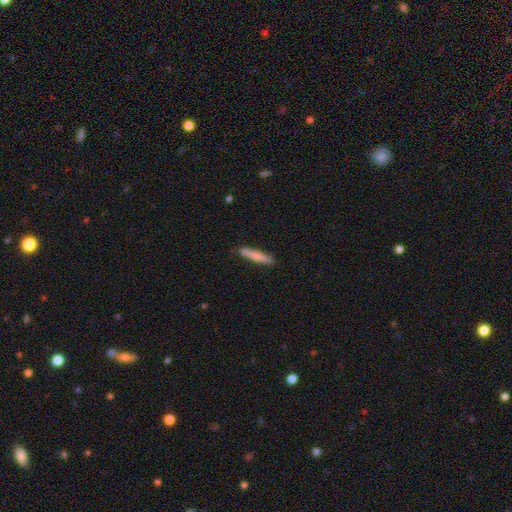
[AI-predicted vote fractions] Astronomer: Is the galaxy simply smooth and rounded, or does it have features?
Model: smooth — 75%.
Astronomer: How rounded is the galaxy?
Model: cigar-shaped — 92%.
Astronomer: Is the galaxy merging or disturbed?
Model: none — 85%.